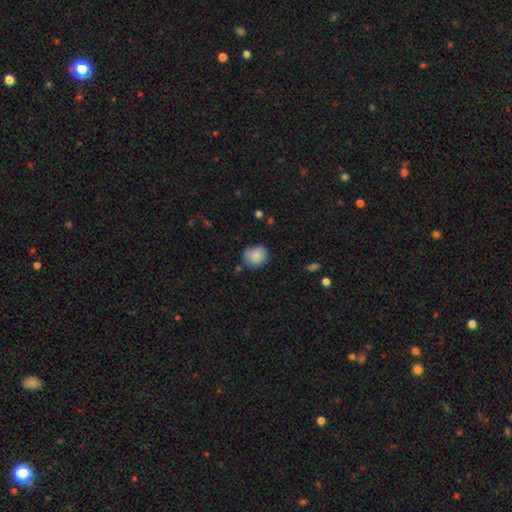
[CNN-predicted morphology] The model was most divided on "merging": none: 69%, minor disturbance: 22%, major disturbance: 5%, merger: 4%. More confident: smooth or featured — smooth (85%); how rounded — round (80%).